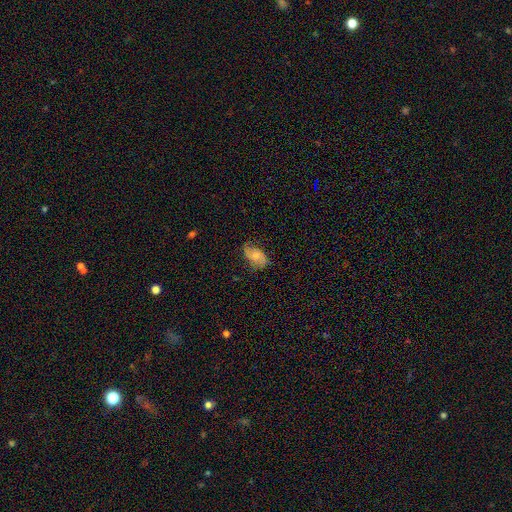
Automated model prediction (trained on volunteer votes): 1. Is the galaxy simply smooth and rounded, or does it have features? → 54% featured or disk, 37% smooth, 8% star or artifact.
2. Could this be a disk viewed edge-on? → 96% no, 4% yes.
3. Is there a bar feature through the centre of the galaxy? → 56% no, 37% weak, 7% strong.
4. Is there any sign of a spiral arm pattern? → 89% yes, 11% no.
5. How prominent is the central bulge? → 40% moderate, 32% small, 17% none, 10% large, 2% dominant.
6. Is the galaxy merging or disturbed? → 69% none, 22% minor disturbance, 8% major disturbance, 1% merger.